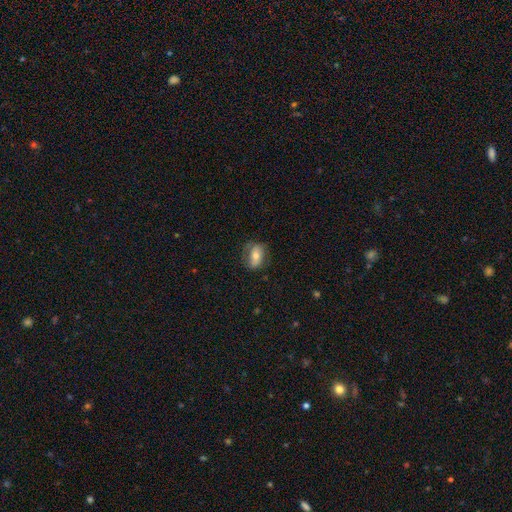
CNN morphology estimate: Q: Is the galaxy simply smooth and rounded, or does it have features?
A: smooth — 58%.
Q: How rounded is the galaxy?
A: in between — 80%.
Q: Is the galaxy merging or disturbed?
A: none — 68%.